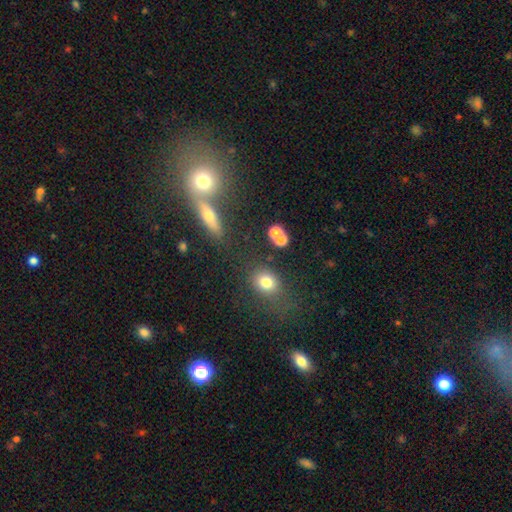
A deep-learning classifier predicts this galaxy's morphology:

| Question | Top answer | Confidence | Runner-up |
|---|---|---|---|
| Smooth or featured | smooth | 59% | star or artifact (27%) |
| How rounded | round | 54% | in between (42%) |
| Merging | none | 56% | merger (27%) |